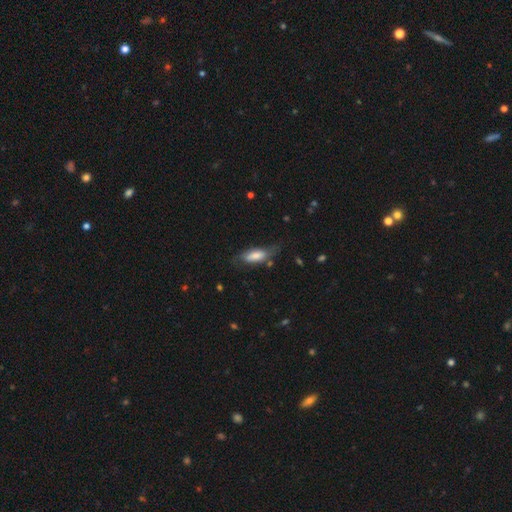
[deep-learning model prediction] This appears to be a smooth galaxy with no disk features (67%) that is in between round and cigar-shaped (67%). Merging: none (55%).